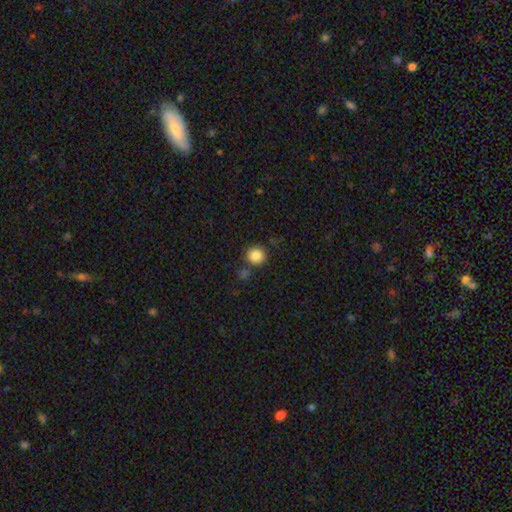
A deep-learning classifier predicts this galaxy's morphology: A smooth galaxy with no disk features (86%) that is round (92%).

Vote fractions:
- Smooth or featured? smooth: 86% / star or artifact: 10% / featured or disk: 4%
- How rounded? round: 92% / in between: 7% / cigar-shaped: 1%
- Merging? none: 81% / merger: 8% / minor disturbance: 8% / major disturbance: 3%